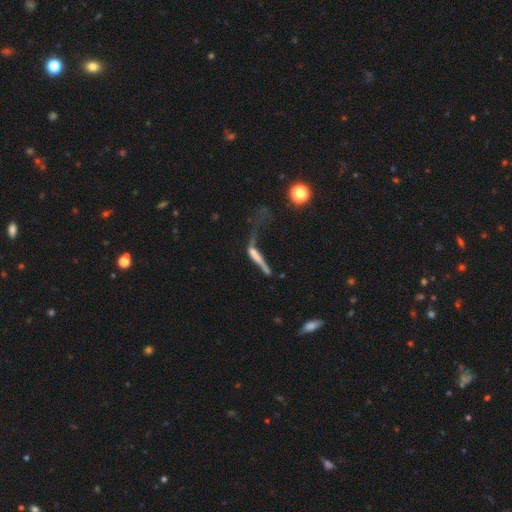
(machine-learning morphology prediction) type=smooth (46%); merging=major disturbance (49%).